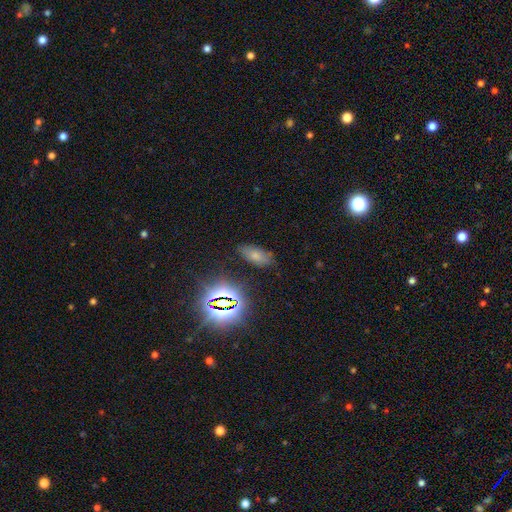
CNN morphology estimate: This appears to be a smooth galaxy with no disk features (66%) that is in between round and cigar-shaped (88%). Merging: none (78%).